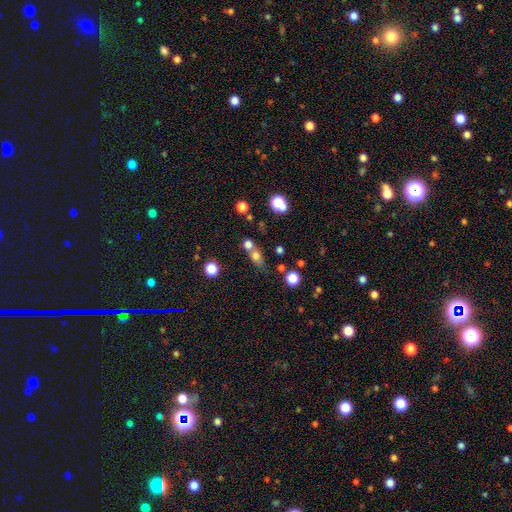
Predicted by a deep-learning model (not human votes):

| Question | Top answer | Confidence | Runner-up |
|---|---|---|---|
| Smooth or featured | smooth | 69% | star or artifact (16%) |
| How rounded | round | 47% | in between (46%) |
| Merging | none | 46% | merger (38%) |